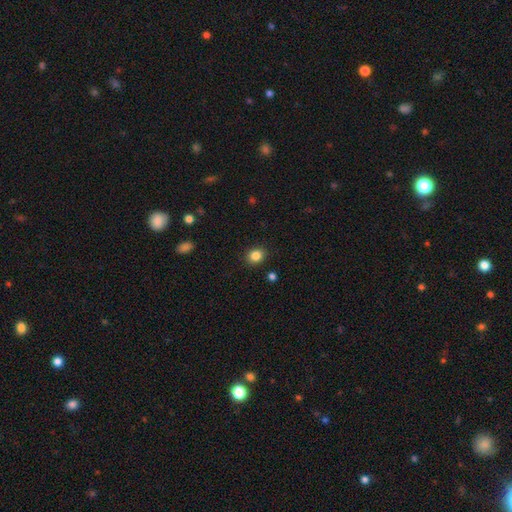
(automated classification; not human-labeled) Smooth or featured: smooth — 84% (star or artifact — 11%)
How rounded: round — 66% (in between — 33%)
Merging: none — 90% (minor disturbance — 7%)